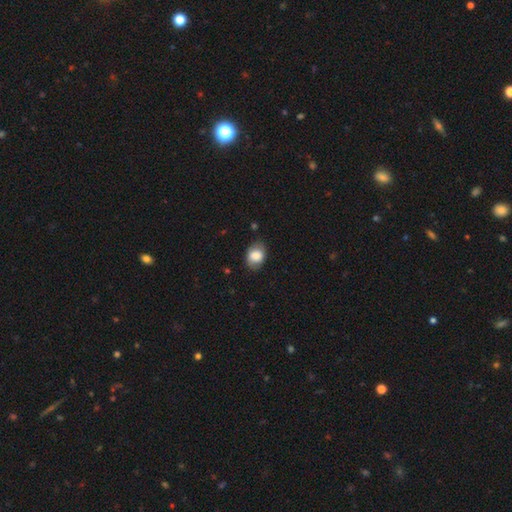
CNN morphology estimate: Smooth or featured?
  - smooth: 80% *
  - featured or disk: 13%
  - star or artifact: 7%
How rounded?
  - in between: 73% *
  - round: 26%
  - cigar-shaped: 1%
Merging?
  - none: 79% *
  - minor disturbance: 16%
  - major disturbance: 4%
  - merger: 1%